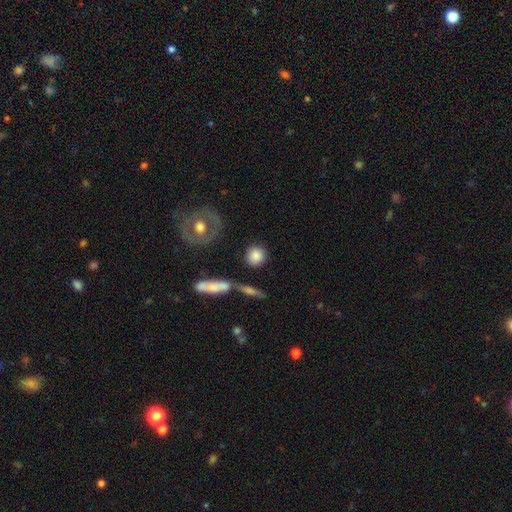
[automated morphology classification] smooth 81%, featured or disk 12%, star or artifact 7%. Down the decision tree: how rounded — round (86%); merging — none (77%).